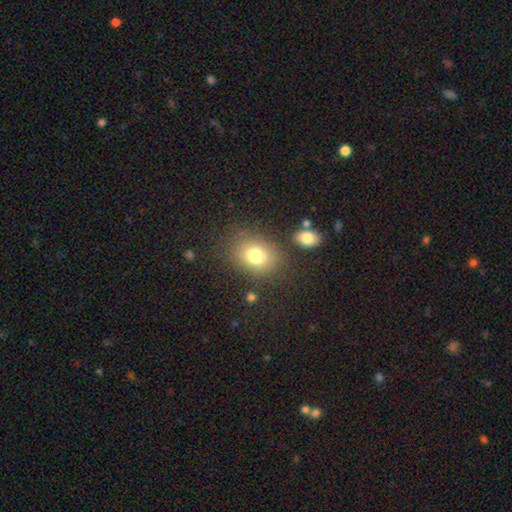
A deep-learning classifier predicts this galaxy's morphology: Smooth or featured?
  - smooth: 77% *
  - star or artifact: 12%
  - featured or disk: 11%
How rounded?
  - in between: 59% *
  - round: 40%
  - cigar-shaped: 1%
Merging?
  - none: 76% *
  - minor disturbance: 13%
  - major disturbance: 6%
  - merger: 5%